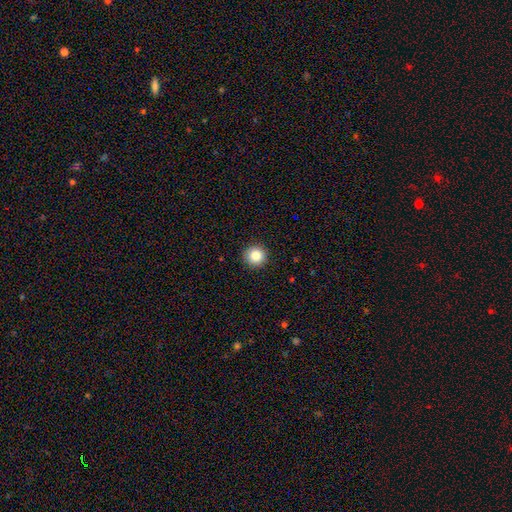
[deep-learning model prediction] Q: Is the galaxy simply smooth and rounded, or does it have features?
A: smooth — 85%.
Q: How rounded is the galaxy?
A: round — 95%.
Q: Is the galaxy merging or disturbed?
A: none — 92%.